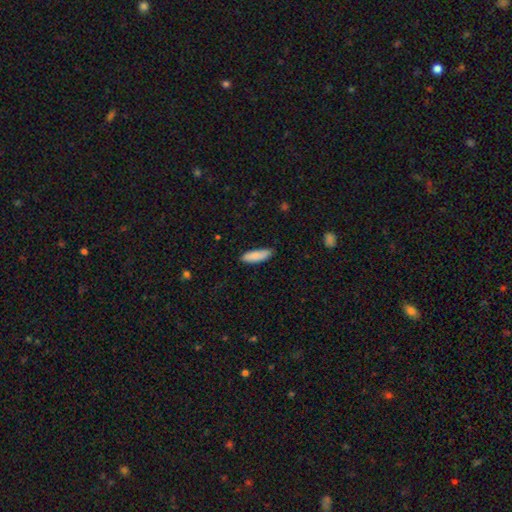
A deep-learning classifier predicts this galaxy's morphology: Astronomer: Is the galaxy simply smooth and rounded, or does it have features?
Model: smooth — 88%.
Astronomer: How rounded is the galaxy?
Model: in between — 55% (runner-up: cigar-shaped, 44%).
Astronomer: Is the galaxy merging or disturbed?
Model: none — 82%.